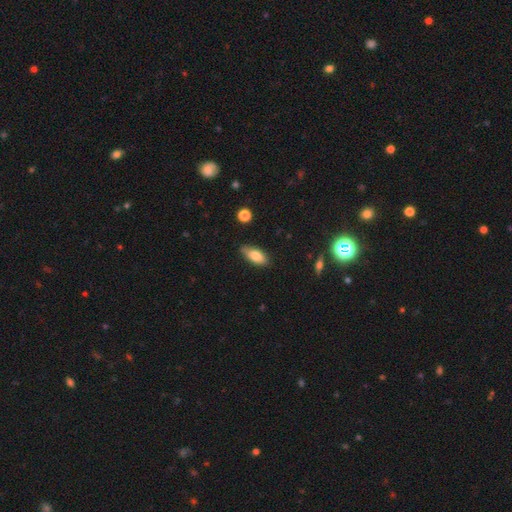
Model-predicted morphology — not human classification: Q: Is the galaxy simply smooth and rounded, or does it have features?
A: smooth — 80%.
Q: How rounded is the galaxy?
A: in between — 83%.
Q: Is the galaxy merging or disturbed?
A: none — 78%.